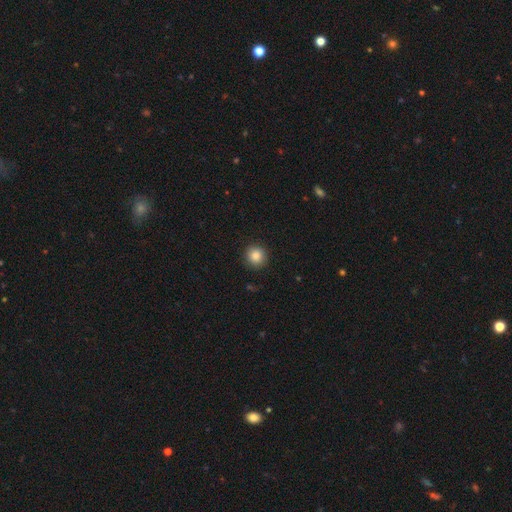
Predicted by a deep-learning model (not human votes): Morphology: type=smooth (86%); roundness=round (93%); merging=none (90%).